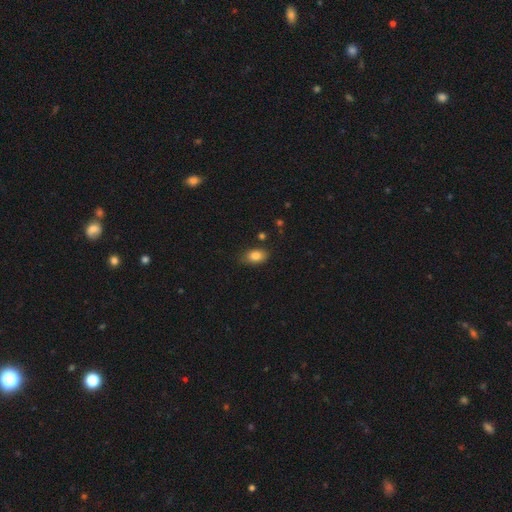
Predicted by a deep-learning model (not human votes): A smooth galaxy with no disk features (84%) that is in between round and cigar-shaped (85%).

Vote fractions:
- Smooth or featured? smooth: 84% / star or artifact: 9% / featured or disk: 8%
- How rounded? in between: 85% / round: 13% / cigar-shaped: 2%
- Merging? none: 76% / minor disturbance: 18% / major disturbance: 3% / merger: 2%